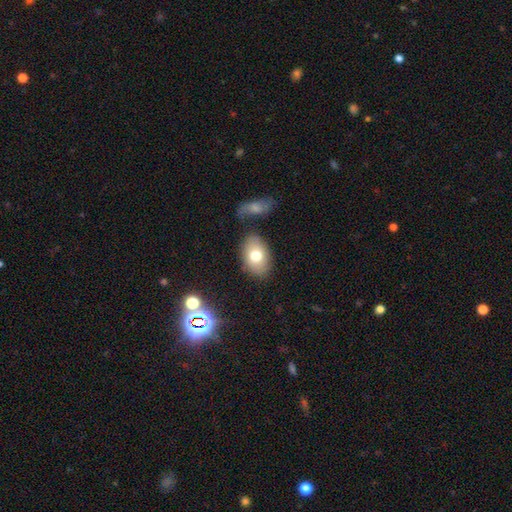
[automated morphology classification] smooth-or-featured: smooth: 74% | featured or disk: 17% | star or artifact: 9%
  how-rounded: in between: 86% | round: 13% | cigar-shaped: 1%
  merging: none: 78% | minor disturbance: 13% | merger: 5% | major disturbance: 4%